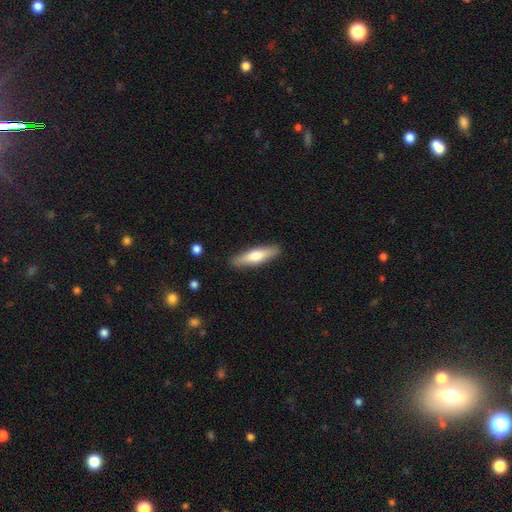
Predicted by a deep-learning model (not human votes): Smooth or featured? Predicted: smooth (p=0.63). How rounded? Predicted: cigar-shaped (p=0.73). Merging? Predicted: none (p=0.88).